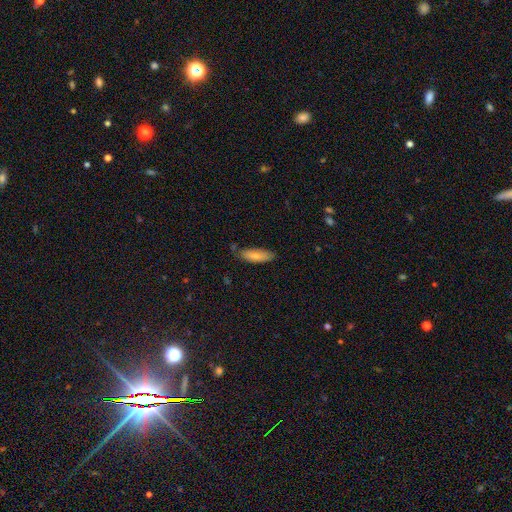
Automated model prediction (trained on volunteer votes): Q: Smooth or featured?
A: smooth (77%); runner-up: featured or disk (17%)
Q: How rounded?
A: in between (57%); runner-up: cigar-shaped (41%)
Q: Merging?
A: none (74%); runner-up: minor disturbance (19%)